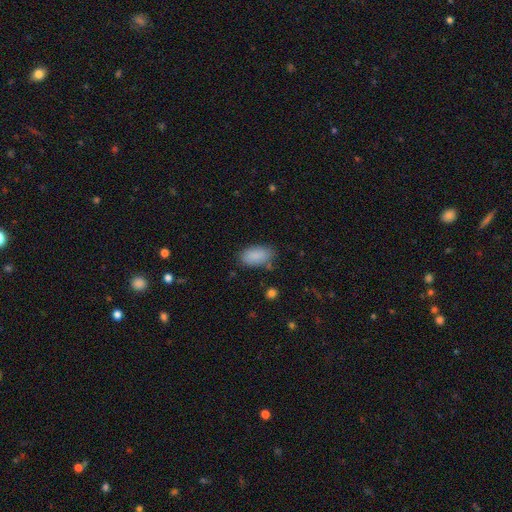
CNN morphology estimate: Smooth or featured? Predicted: smooth (p=0.88). How rounded? Predicted: in between (p=0.93). Merging? Predicted: none (p=0.79).